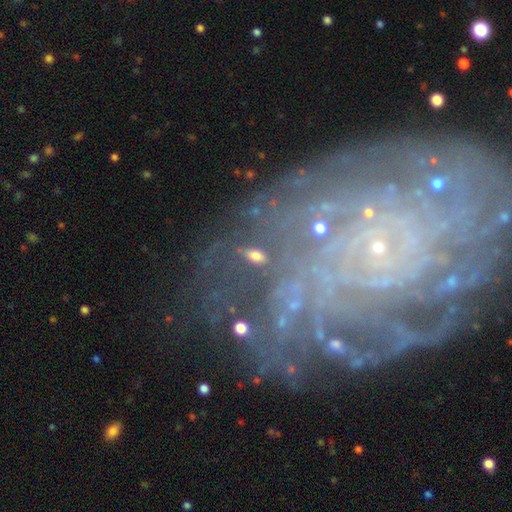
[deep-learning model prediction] smooth-or-featured: smooth: 49% | featured or disk: 34% | star or artifact: 17%
  merging: none: 67% | minor disturbance: 16% | major disturbance: 9% | merger: 8%